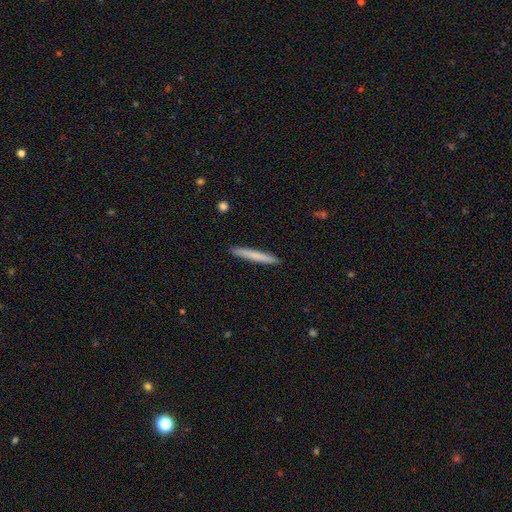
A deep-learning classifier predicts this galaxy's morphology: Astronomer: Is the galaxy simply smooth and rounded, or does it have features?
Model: smooth — 72%.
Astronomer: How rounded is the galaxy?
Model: cigar-shaped — 97%.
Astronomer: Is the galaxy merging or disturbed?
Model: none — 92%.